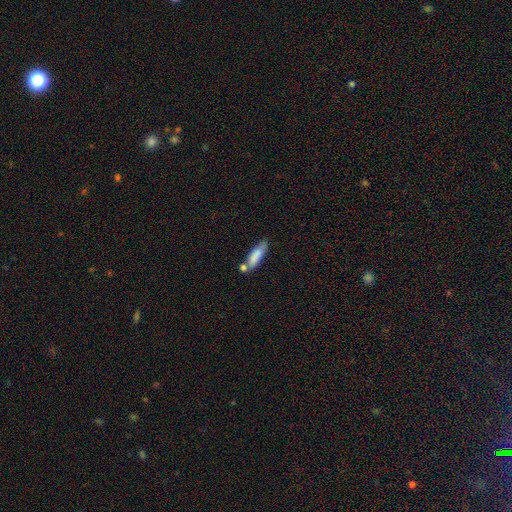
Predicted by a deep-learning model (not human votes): Smooth or featured? smooth (78%)
How rounded? cigar-shaped (59%)
Merging? none (54%)